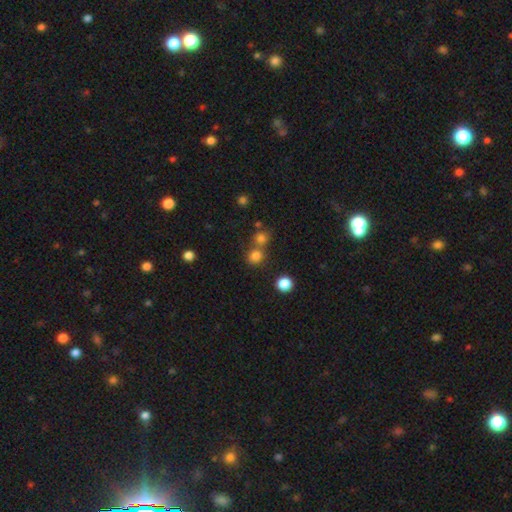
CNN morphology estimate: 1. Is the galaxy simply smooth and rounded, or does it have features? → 77% smooth, 17% star or artifact, 6% featured or disk.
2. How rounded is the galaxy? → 85% round, 14% in between, 1% cigar-shaped.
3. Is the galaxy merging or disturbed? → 60% none, 30% merger, 7% minor disturbance, 3% major disturbance.